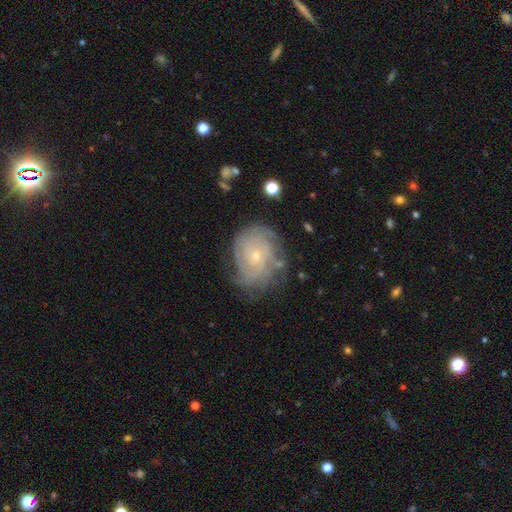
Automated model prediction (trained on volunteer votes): Smooth or featured? featured or disk (80%)
Edge-on disk? no (97%)
Bar? no (78%)
Spiral arms? yes (93%)
Spiral winding? tight (74%)
Spiral arm count? can't tell (43%)
Bulge size? small (76%)
Merging? none (67%)